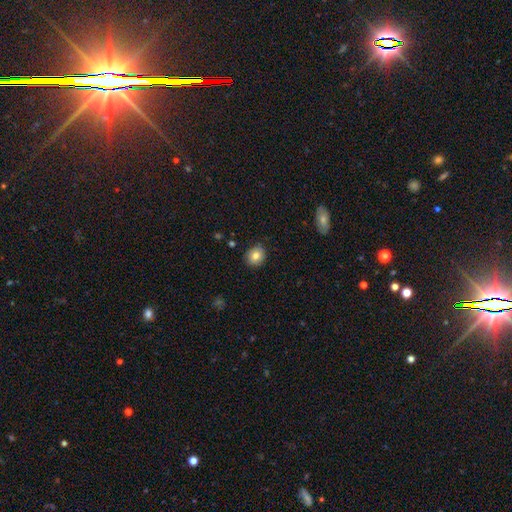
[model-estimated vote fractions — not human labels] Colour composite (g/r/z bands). It shows a smooth galaxy with no disk features (79%) that is round (77%). Merging: none (83%).